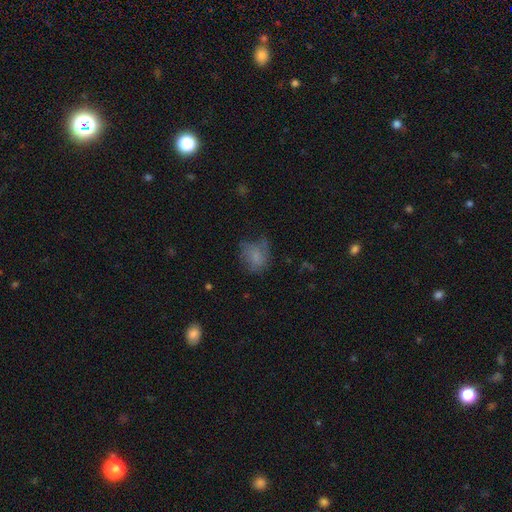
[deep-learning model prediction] The model was most divided on "how rounded": round: 56%, in between: 43%, cigar-shaped: 1%. Remaining: smooth or featured — smooth (68%); merging — none (46%).